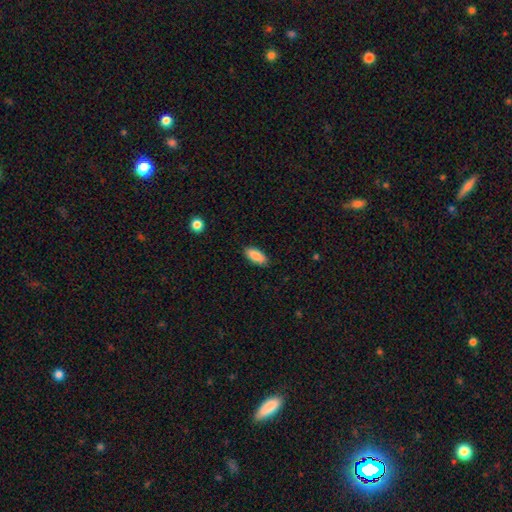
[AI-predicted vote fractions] Smooth or featured?
  - smooth: 88% *
  - star or artifact: 6%
  - featured or disk: 6%
How rounded?
  - in between: 89% *
  - cigar-shaped: 9%
  - round: 2%
Merging?
  - none: 86% *
  - minor disturbance: 11%
  - major disturbance: 2%
  - merger: 1%